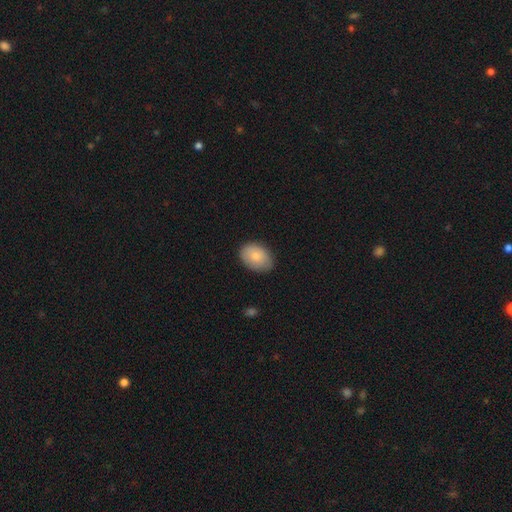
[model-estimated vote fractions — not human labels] Smooth or featured? Predicted: smooth (p=0.80). How rounded? Predicted: in between (p=0.79). Merging? Predicted: none (p=0.80).